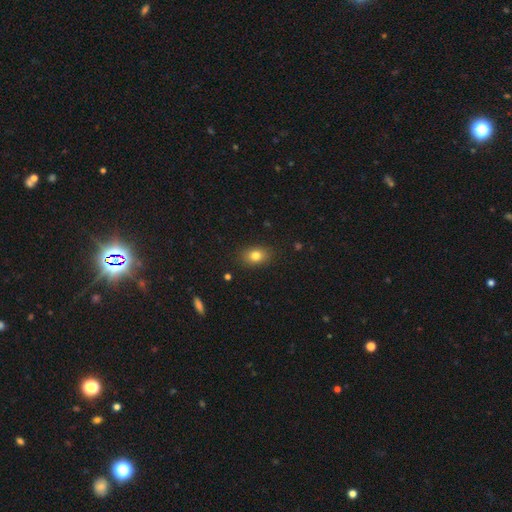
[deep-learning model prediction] The model was most divided on "how rounded": in between: 71%, round: 28%, cigar-shaped: 1%. More confident: merging — none (87%); smooth or featured — smooth (80%).